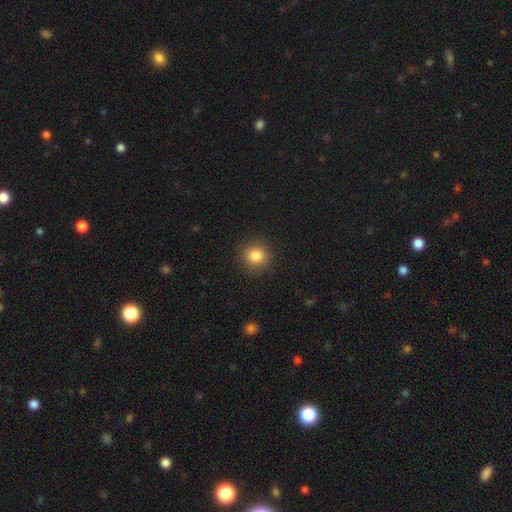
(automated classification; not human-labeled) Smooth or featured?
  - smooth: 84% *
  - star or artifact: 11%
  - featured or disk: 5%
How rounded?
  - round: 90% *
  - in between: 9%
  - cigar-shaped: 1%
Merging?
  - none: 90% *
  - minor disturbance: 7%
  - major disturbance: 2%
  - merger: 1%